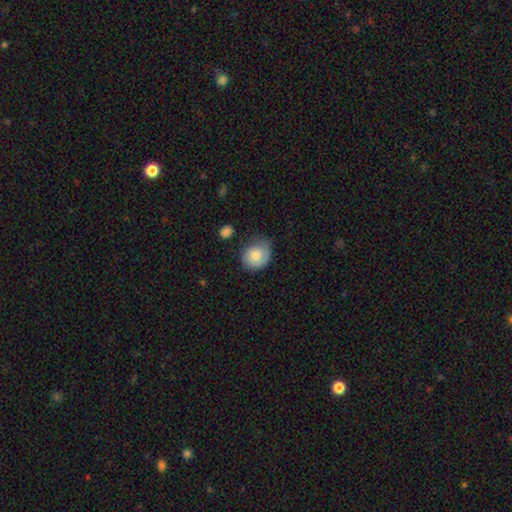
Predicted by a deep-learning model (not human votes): Smooth or featured? smooth (75%)
How rounded? round (71%)
Merging? none (55%)